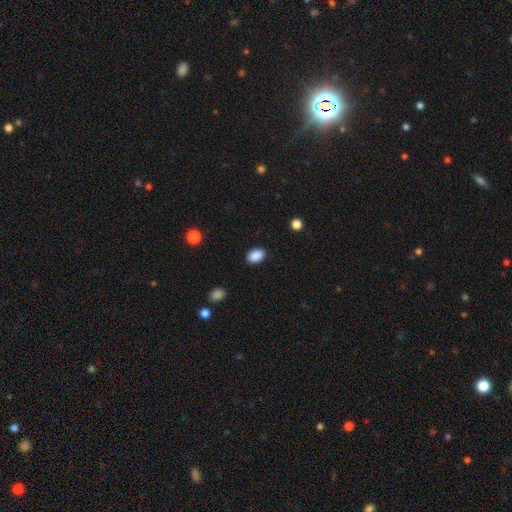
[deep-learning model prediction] Smooth or featured? smooth (89%)
How rounded? in between (86%)
Merging? none (88%)